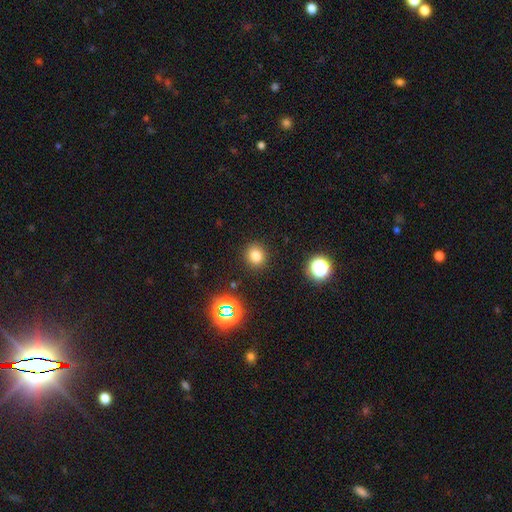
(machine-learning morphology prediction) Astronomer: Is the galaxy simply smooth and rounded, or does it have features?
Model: smooth — 78%.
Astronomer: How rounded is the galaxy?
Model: round — 82%.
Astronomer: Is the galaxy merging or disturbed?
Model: none — 89%.